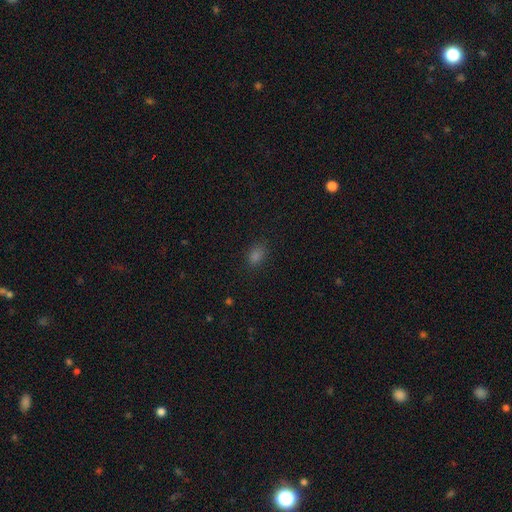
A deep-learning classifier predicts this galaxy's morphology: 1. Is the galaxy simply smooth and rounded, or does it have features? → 77% smooth, 18% star or artifact, 5% featured or disk.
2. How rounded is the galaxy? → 76% in between, 22% round, 2% cigar-shaped.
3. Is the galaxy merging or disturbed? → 84% none, 11% minor disturbance, 3% major disturbance, 1% merger.